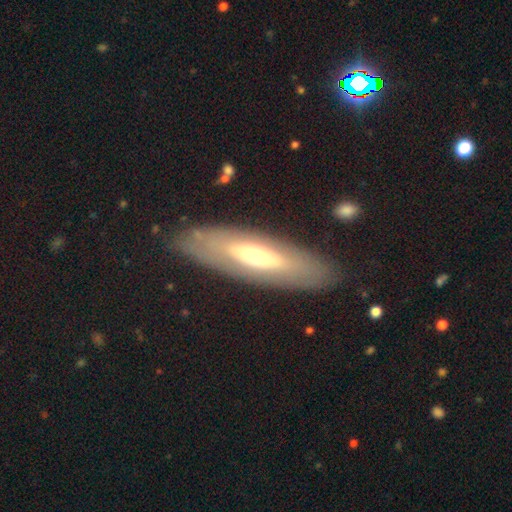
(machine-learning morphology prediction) This appears to be a featured or disk galaxy (59%). Merging: none (83%).